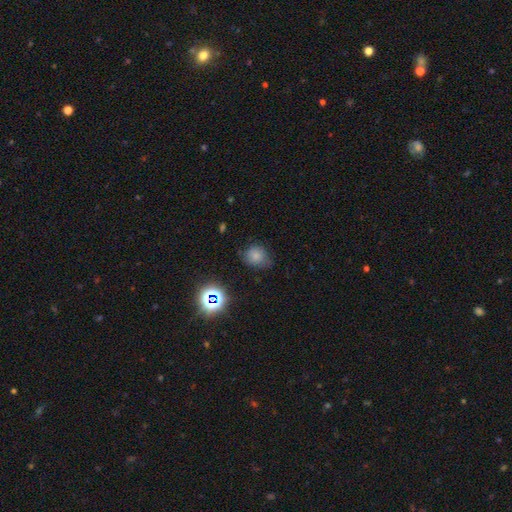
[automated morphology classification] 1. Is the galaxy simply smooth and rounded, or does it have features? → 71% smooth, 19% star or artifact, 11% featured or disk.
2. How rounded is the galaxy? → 68% round, 31% in between, 1% cigar-shaped.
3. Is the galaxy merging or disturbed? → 62% none, 29% minor disturbance, 8% major disturbance, 2% merger.